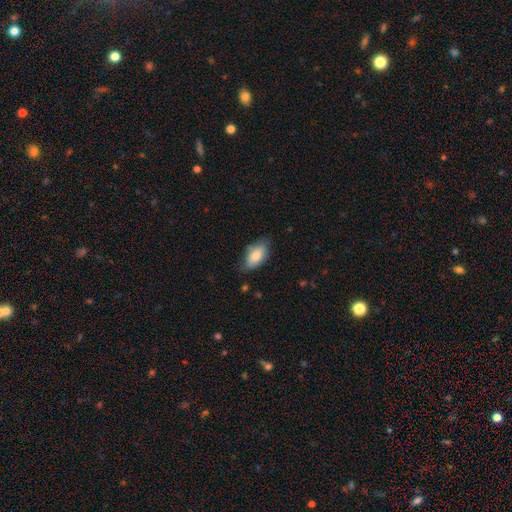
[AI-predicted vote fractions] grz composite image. It shows a smooth galaxy with no disk features (81%) that is in between round and cigar-shaped (90%). Merging: none (72%).